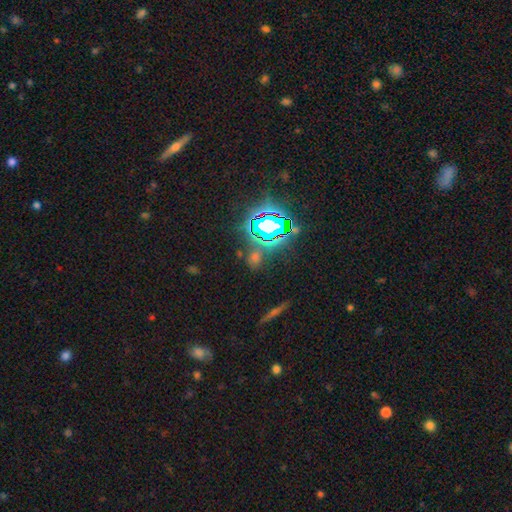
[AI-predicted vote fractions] This is likely a star or artifact rather than a galaxy (67%).